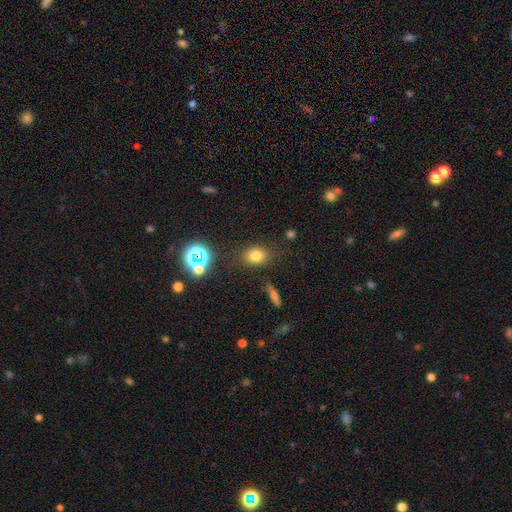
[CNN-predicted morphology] A smooth galaxy with no disk features (75%) that is in between round and cigar-shaped (51%). Merging: none (81%).